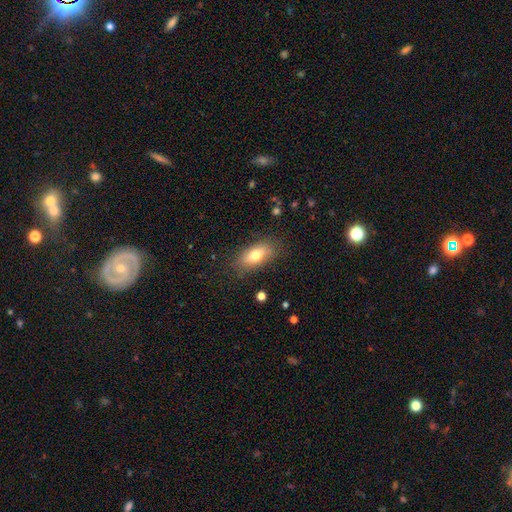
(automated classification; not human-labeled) Smooth or featured? smooth (75%)
How rounded? in between (86%)
Merging? none (81%)